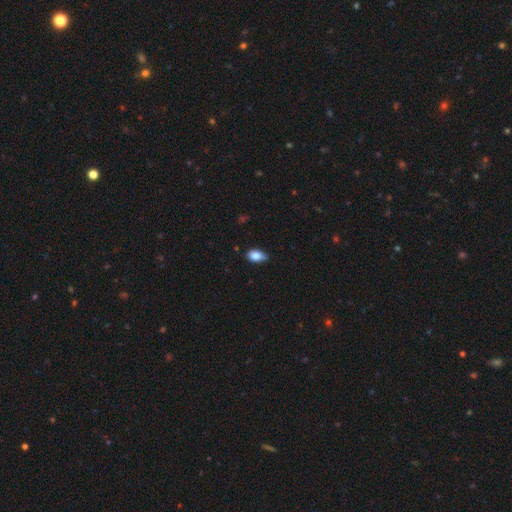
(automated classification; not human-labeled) The model was most divided on "merging": none: 63%, minor disturbance: 31%, major disturbance: 4%, merger: 2%. More confident: how rounded — in between (88%); smooth or featured — smooth (84%).